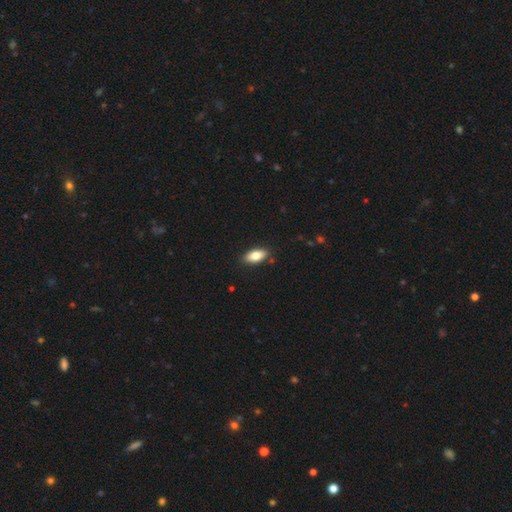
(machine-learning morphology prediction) Smooth or featured: smooth — 81% (featured or disk — 13%)
How rounded: in between — 87% (cigar-shaped — 10%)
Merging: none — 87% (minor disturbance — 9%)